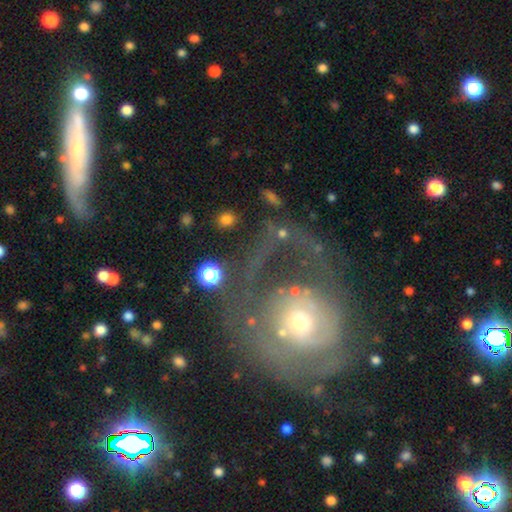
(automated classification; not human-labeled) Smooth or featured?
  - featured or disk: 67% *
  - smooth: 23%
  - star or artifact: 11%
Edge-on disk?
  - no: 95% *
  - yes: 5%
Bar?
  - no: 76% *
  - weak: 17%
  - strong: 6%
Spiral arms?
  - yes: 62% *
  - no: 38%
Bulge size?
  - moderate: 50% *
  - small: 40%
  - large: 6%
  - none: 2%
  - dominant: 2%
Merging?
  - major disturbance: 40% *
  - none: 38%
  - minor disturbance: 15%
  - merger: 7%